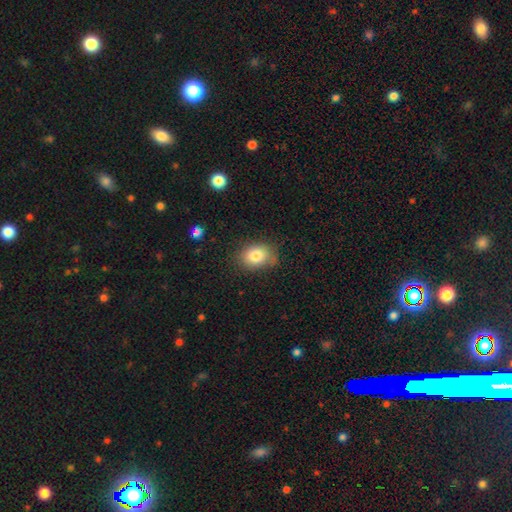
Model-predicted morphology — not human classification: Smooth or featured?
  - smooth: 80% *
  - featured or disk: 10%
  - star or artifact: 9%
How rounded?
  - in between: 67% *
  - round: 32%
  - cigar-shaped: 1%
Merging?
  - none: 76% *
  - minor disturbance: 18%
  - major disturbance: 4%
  - merger: 2%